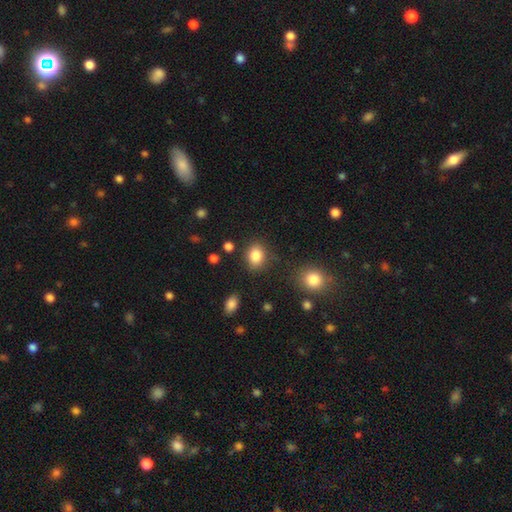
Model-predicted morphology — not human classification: smooth_or_featured: smooth (p=0.85) [alt: star or artifact p=0.10]
how_rounded: in between (p=0.51) [alt: round p=0.48]
merging: none (p=0.81) [alt: minor disturbance p=0.12]